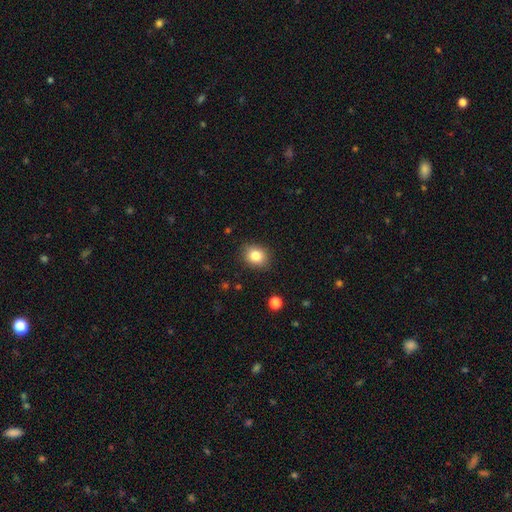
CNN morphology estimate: smooth_or_featured: smooth (p=0.83) [alt: star or artifact p=0.10]
how_rounded: round (p=0.54) [alt: in between p=0.45]
merging: none (p=0.86) [alt: minor disturbance p=0.11]